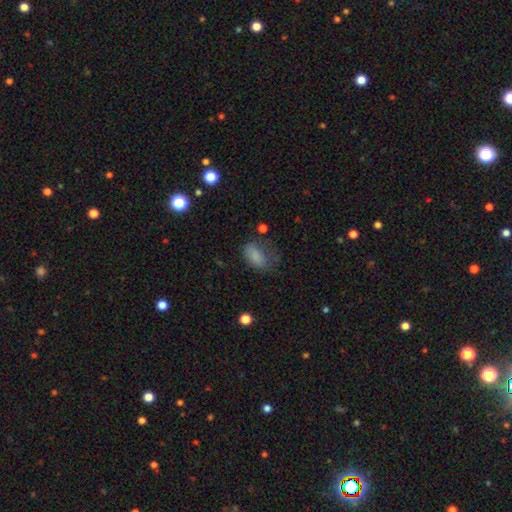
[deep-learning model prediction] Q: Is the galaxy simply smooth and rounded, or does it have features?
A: smooth — 79%.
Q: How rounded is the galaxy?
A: in between — 89%.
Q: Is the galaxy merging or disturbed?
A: none — 38%.